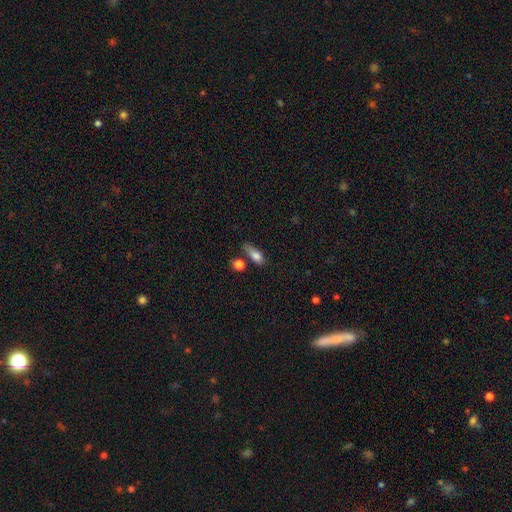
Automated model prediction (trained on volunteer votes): smooth_or_featured: smooth (p=0.79) [alt: featured or disk p=0.13]
how_rounded: in between (p=0.71) [alt: cigar-shaped p=0.22]
merging: none (p=0.47) [alt: minor disturbance p=0.27]